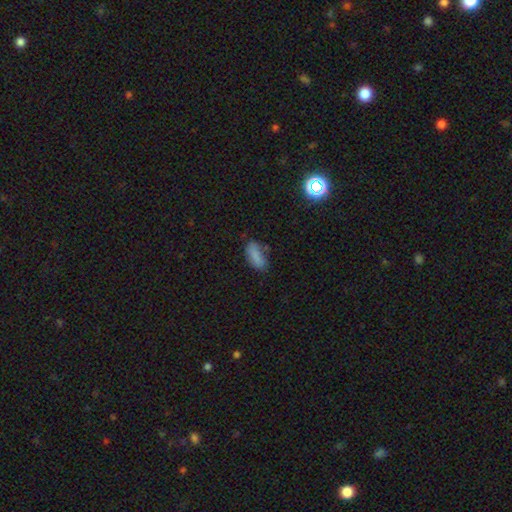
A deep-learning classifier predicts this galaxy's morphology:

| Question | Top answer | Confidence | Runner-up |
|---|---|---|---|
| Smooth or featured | smooth | 83% | star or artifact (10%) |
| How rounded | in between | 81% | cigar-shaped (16%) |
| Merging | none | 65% | minor disturbance (25%) |